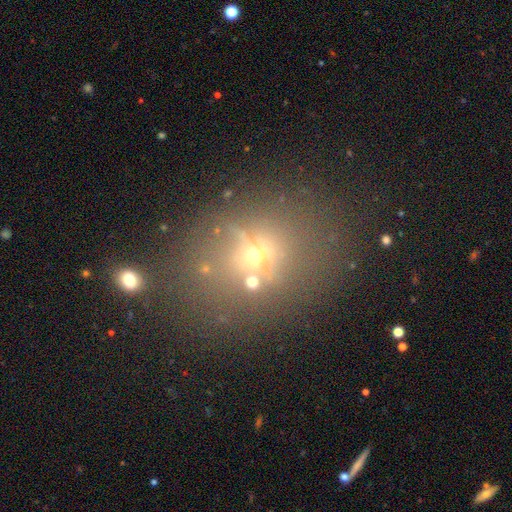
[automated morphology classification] This is marginally a smooth galaxy (44%). Merging: likely none (63%).